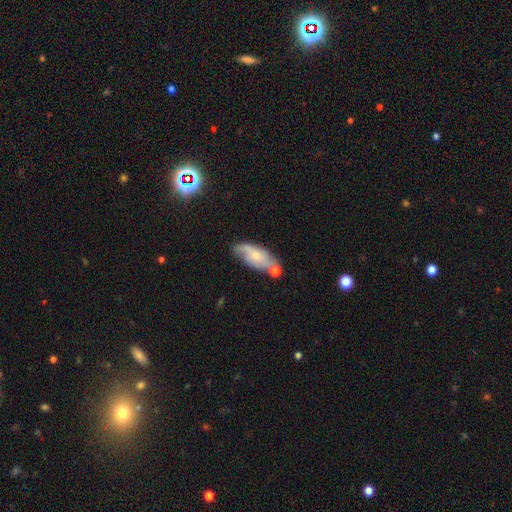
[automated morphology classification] The model was most divided on "smooth or featured": smooth: 49%, featured or disk: 43%, star or artifact: 7%. More confident: merging — none (51%).